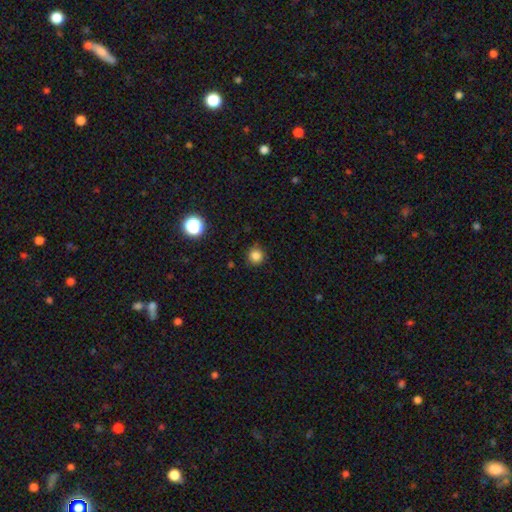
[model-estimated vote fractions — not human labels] smooth 83%, star or artifact 13%, featured or disk 4%. Down the decision tree: how rounded — round (92%); merging — none (84%).